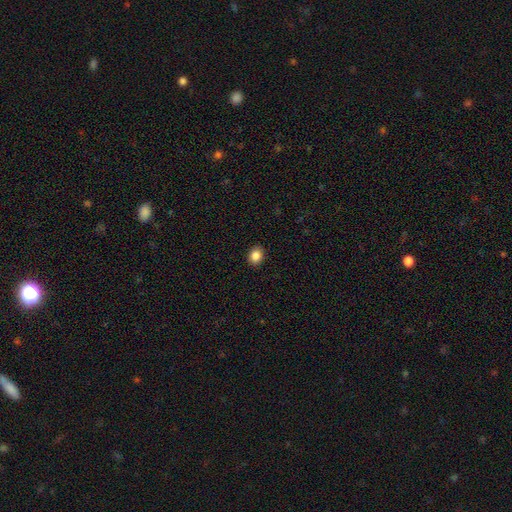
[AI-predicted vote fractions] A smooth galaxy with no disk features (86%) that is round (55%). Merging: none (91%).